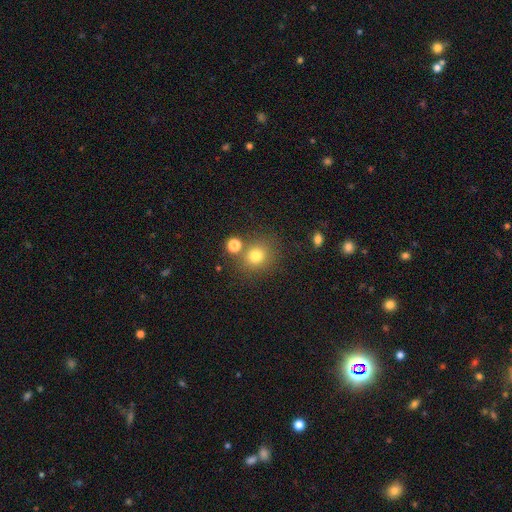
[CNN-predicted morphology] type=smooth (76%); roundness=round (84%); merging=none (72%).